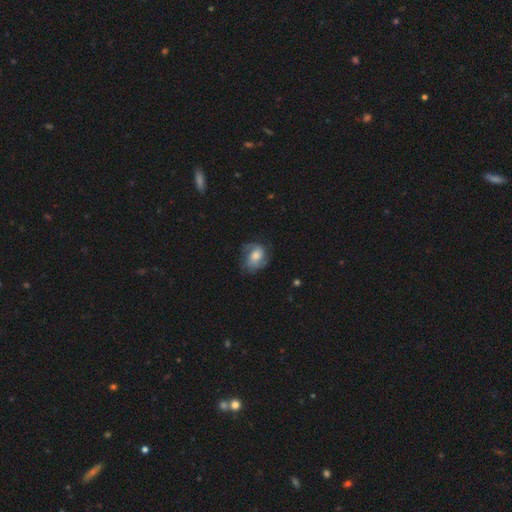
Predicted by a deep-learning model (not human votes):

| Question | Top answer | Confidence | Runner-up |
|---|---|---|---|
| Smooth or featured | featured or disk | 58% | smooth (34%) |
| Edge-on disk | no | 97% | yes (3%) |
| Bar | no | 62% | weak (31%) |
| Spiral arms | yes | 88% | no (12%) |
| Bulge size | moderate | 48% | large (25%) |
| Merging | none | 63% | minor disturbance (23%) |